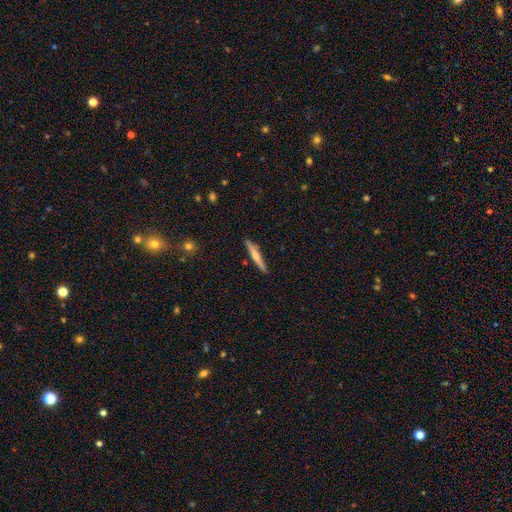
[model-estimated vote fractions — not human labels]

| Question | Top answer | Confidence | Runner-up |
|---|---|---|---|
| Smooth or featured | smooth | 48% | featured or disk (47%) |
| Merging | none | 88% | minor disturbance (9%) |